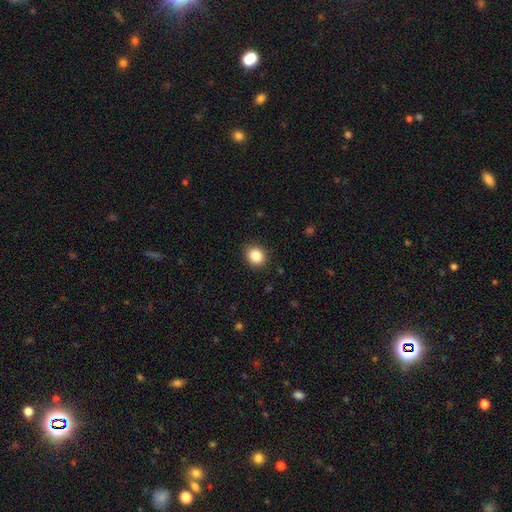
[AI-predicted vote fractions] Smooth or featured? Predicted: smooth (p=0.87). How rounded? Predicted: round (p=0.71). Merging? Predicted: none (p=0.89).